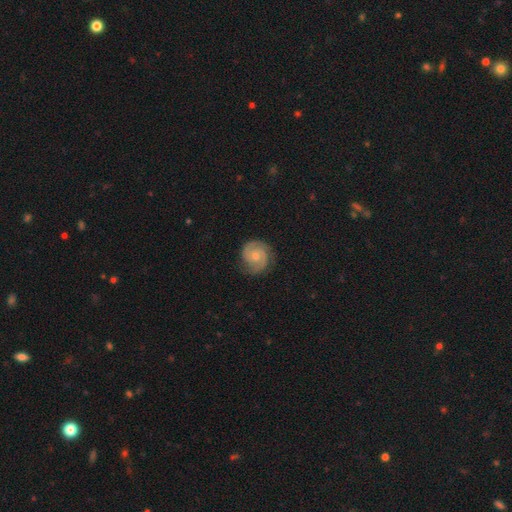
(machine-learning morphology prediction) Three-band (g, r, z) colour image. It shows a featured or disk galaxy (78%) with no bar (66%), 2 (85%) tight (52%) spiral arms (96%) and a moderate central bulge (49%). Merging: none (82%).